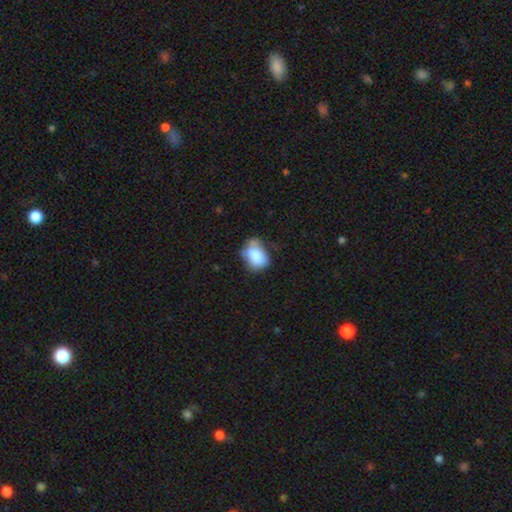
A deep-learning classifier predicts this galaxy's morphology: This appears to be a smooth galaxy with no disk features (79%) that is in between round and cigar-shaped (79%). Merging: none (44%).